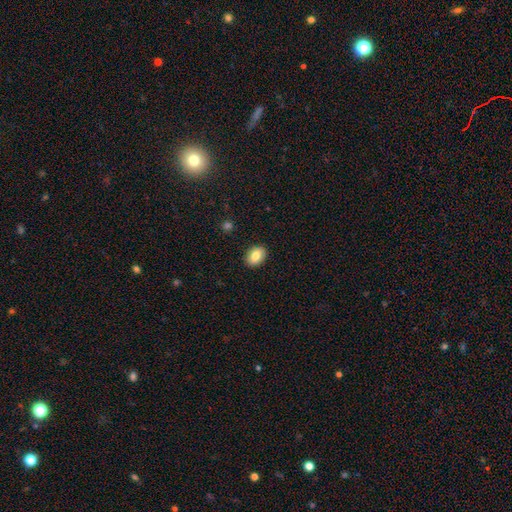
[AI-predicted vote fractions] smooth-or-featured: smooth: 81% | featured or disk: 11% | star or artifact: 8%
  how-rounded: in between: 72% | round: 27% | cigar-shaped: 1%
  merging: none: 90% | minor disturbance: 8% | major disturbance: 2% | merger: 1%